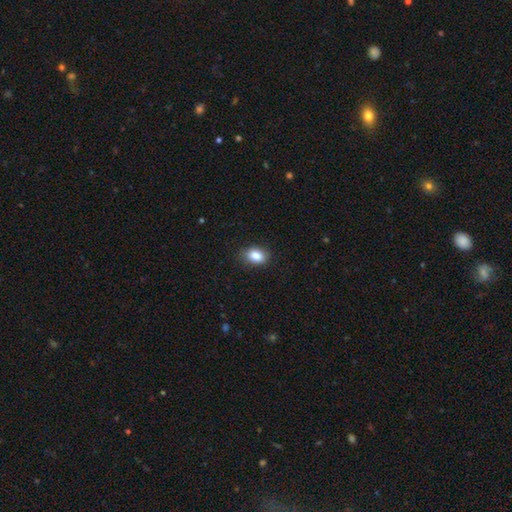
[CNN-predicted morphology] Overall: smooth (84%). How rounded: in between (76%). Merging: none (86%).